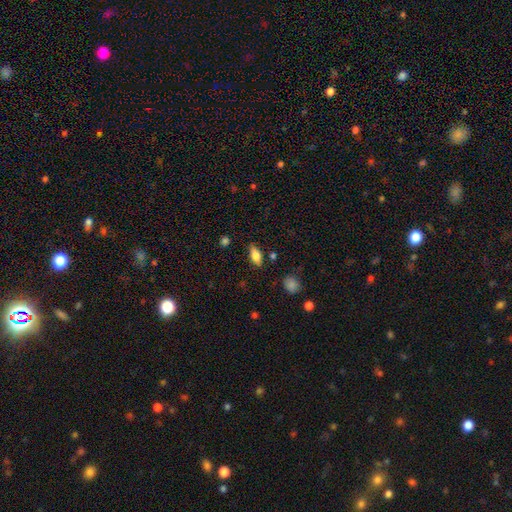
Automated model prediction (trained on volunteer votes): Smooth or featured? Predicted: smooth (p=0.72). How rounded? Predicted: in between (p=0.83). Merging? Predicted: none (p=0.82).